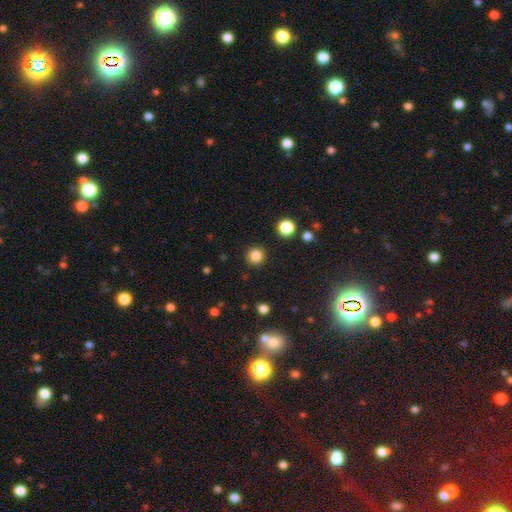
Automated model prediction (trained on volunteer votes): Smooth or featured? smooth (84%)
How rounded? round (94%)
Merging? none (91%)